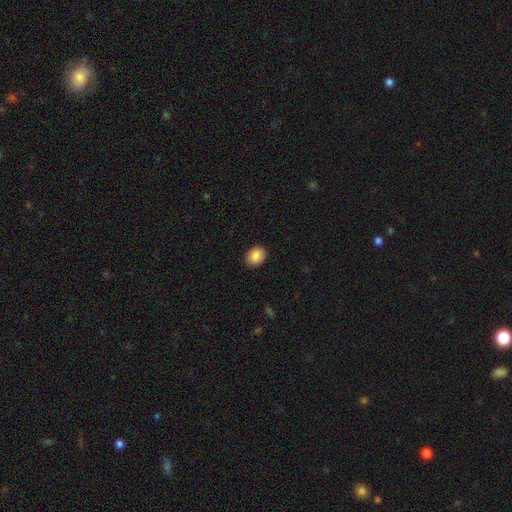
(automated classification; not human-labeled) smooth 89%, star or artifact 8%, featured or disk 3%. Down the decision tree: how rounded — in between (51%); merging — none (90%).